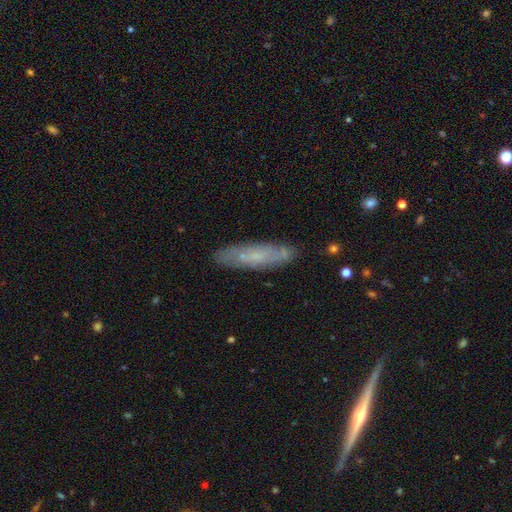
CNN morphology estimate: Overall: smooth (50%; featured or disk 43%). Merging: none (83%).